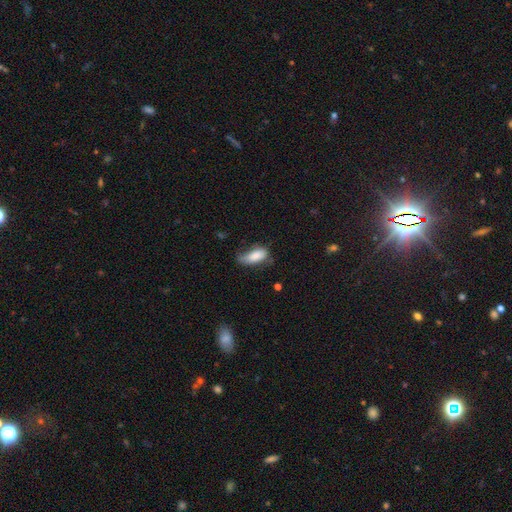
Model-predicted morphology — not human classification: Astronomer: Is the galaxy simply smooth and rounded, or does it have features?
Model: smooth — 81%.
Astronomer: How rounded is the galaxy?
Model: in between — 83%.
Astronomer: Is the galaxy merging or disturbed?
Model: none — 40% (runner-up: minor disturbance, 39%).